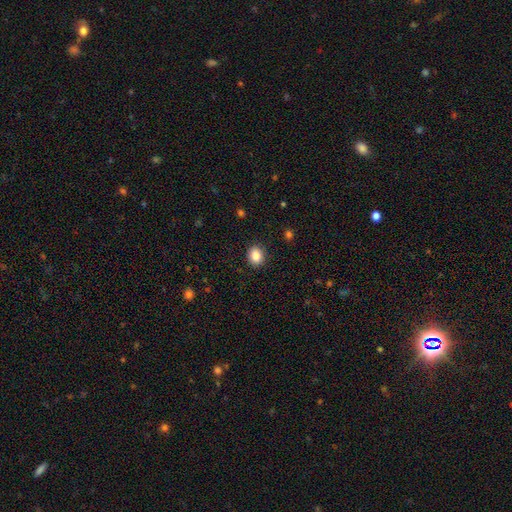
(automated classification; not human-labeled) Smooth or featured? Predicted: smooth (p=0.86). How rounded? Predicted: round (p=0.57). Merging? Predicted: none (p=0.90).